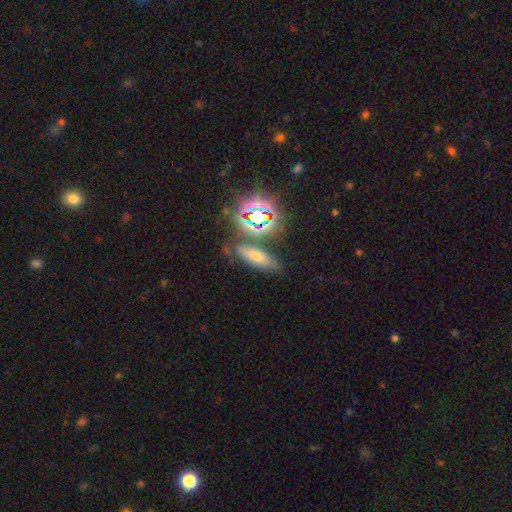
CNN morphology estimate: smooth-or-featured: smooth: 47% | star or artifact: 31% | featured or disk: 21%
  merging: none: 74% | minor disturbance: 14% | merger: 8% | major disturbance: 5%